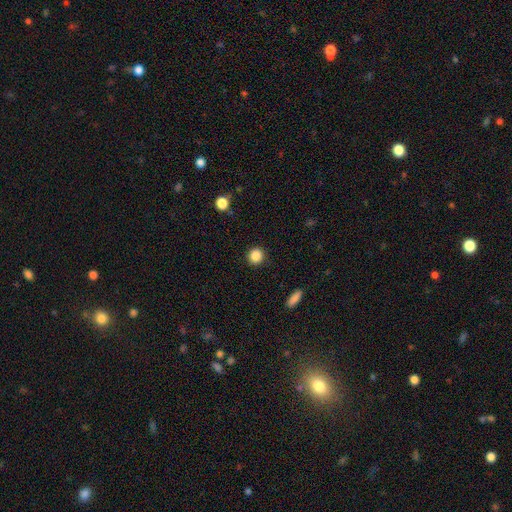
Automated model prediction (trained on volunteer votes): A smooth galaxy with no disk features (87%) that is round (89%).

Vote fractions:
- Smooth or featured? smooth: 87% / star or artifact: 10% / featured or disk: 3%
- How rounded? round: 89% / in between: 10% / cigar-shaped: 1%
- Merging? none: 91% / minor disturbance: 6% / major disturbance: 2% / merger: 1%